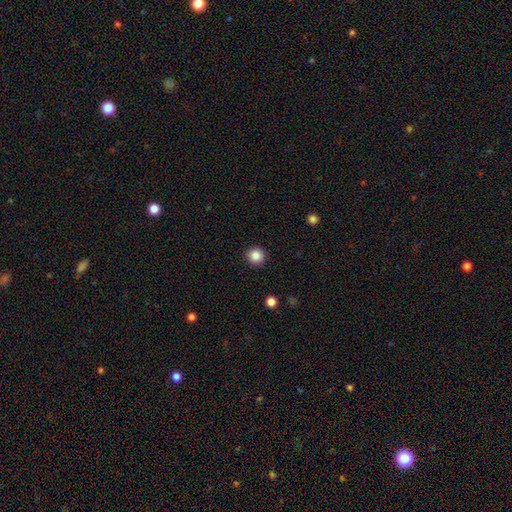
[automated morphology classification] Q: Smooth or featured?
A: smooth (86%); runner-up: star or artifact (10%)
Q: How rounded?
A: round (94%); runner-up: in between (5%)
Q: Merging?
A: none (92%); runner-up: minor disturbance (5%)